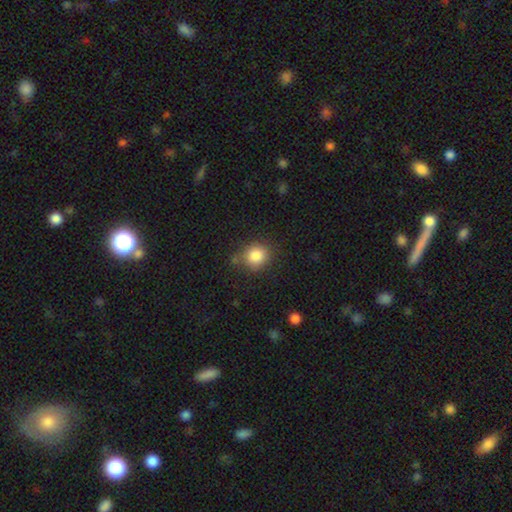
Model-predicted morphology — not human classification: Smooth or featured?
  - smooth: 85% *
  - star or artifact: 10%
  - featured or disk: 5%
How rounded?
  - round: 80% *
  - in between: 19%
  - cigar-shaped: 1%
Merging?
  - none: 76% *
  - minor disturbance: 16%
  - major disturbance: 5%
  - merger: 4%